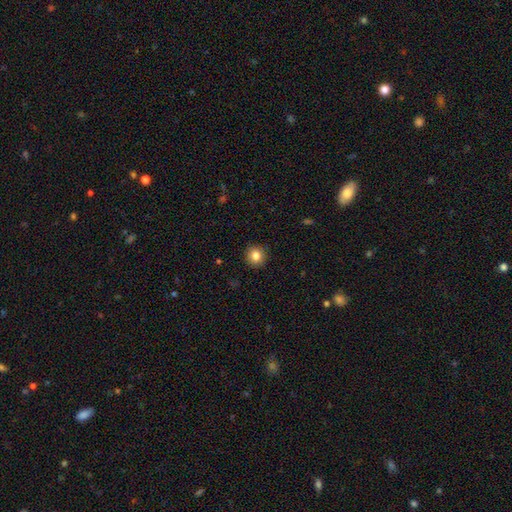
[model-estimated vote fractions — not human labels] smooth_or_featured: smooth (p=0.83) [alt: star or artifact p=0.10]
how_rounded: round (p=0.93) [alt: in between p=0.06]
merging: none (p=0.92) [alt: minor disturbance p=0.05]